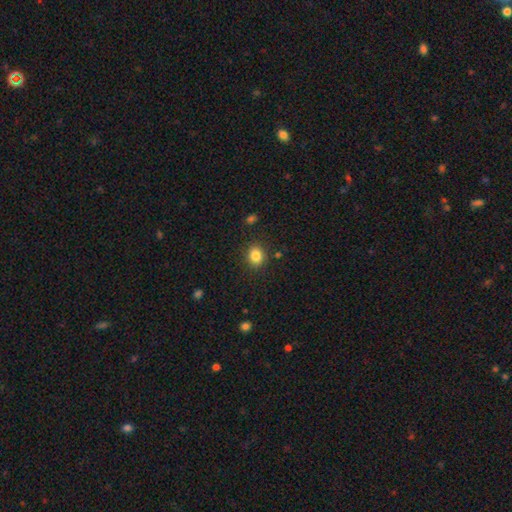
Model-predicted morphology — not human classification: Q: Smooth or featured?
A: smooth (84%); runner-up: star or artifact (10%)
Q: How rounded?
A: round (60%); runner-up: in between (39%)
Q: Merging?
A: none (87%); runner-up: minor disturbance (9%)